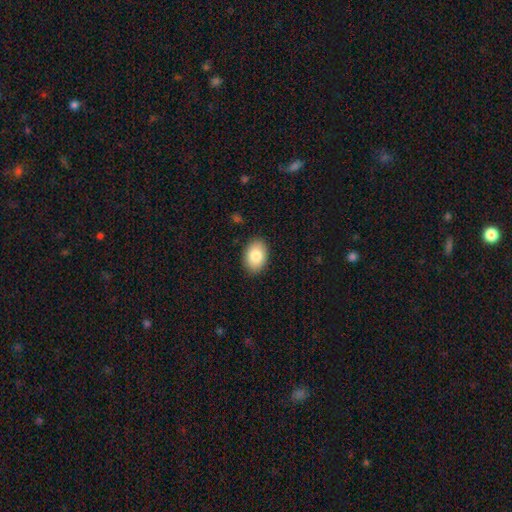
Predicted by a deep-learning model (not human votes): Overall: smooth (84%). How rounded: in between (83%). Merging: none (88%).